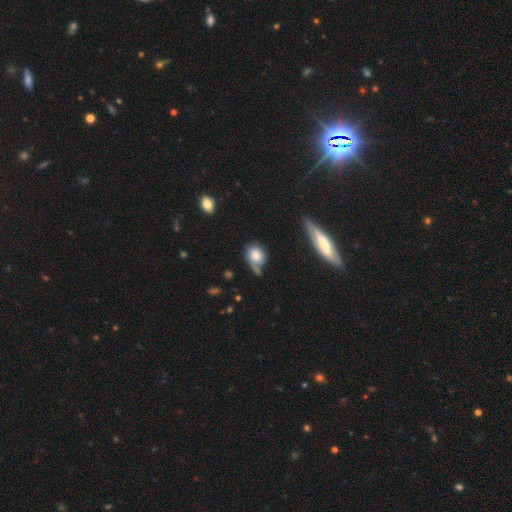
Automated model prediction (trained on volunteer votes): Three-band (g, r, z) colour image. It shows a smooth galaxy with no disk features (78%) that is round (54%). Merging: none (43%).